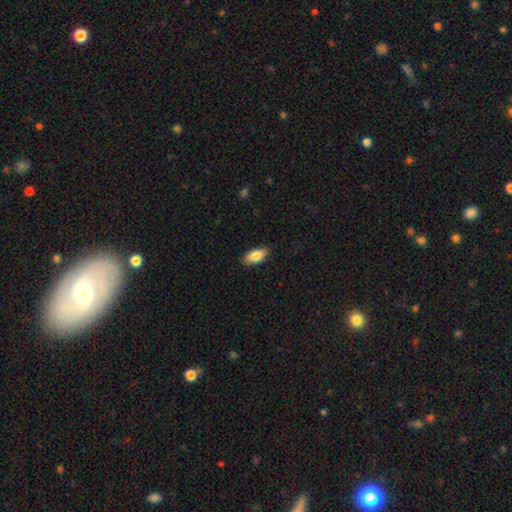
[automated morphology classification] A smooth galaxy with no disk features (84%) that is in between round and cigar-shaped (91%).

Vote fractions:
- Smooth or featured? smooth: 84% / featured or disk: 9% / star or artifact: 7%
- How rounded? in between: 91% / cigar-shaped: 7% / round: 3%
- Merging? none: 87% / minor disturbance: 10% / major disturbance: 2% / merger: 1%